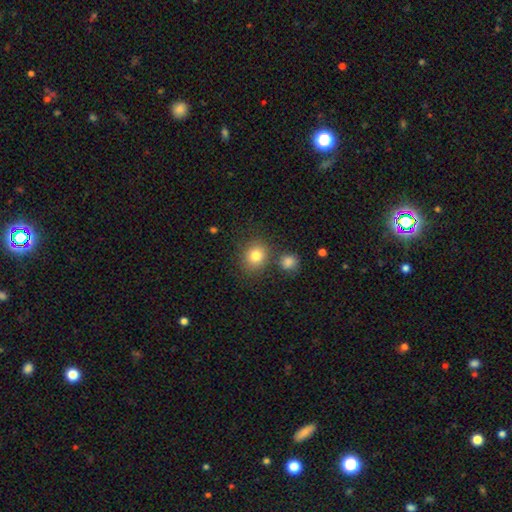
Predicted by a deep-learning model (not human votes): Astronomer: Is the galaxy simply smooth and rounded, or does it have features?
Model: smooth — 81%.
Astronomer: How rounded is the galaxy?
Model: round — 76%.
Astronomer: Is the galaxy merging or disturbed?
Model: none — 75%.